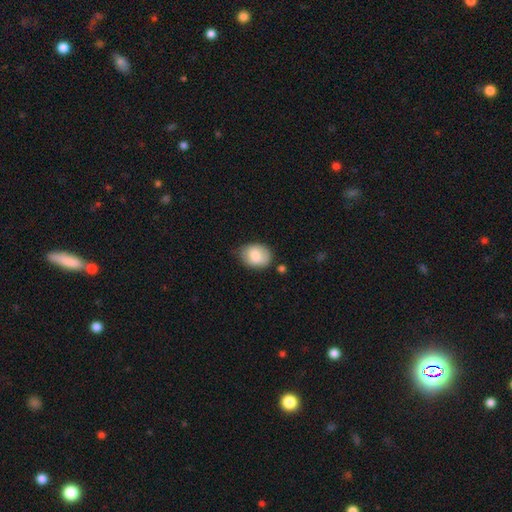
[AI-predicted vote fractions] smooth-or-featured: smooth: 81% | featured or disk: 12% | star or artifact: 7%
  how-rounded: in between: 64% | round: 35% | cigar-shaped: 1%
  merging: none: 67% | minor disturbance: 25% | major disturbance: 4% | merger: 3%